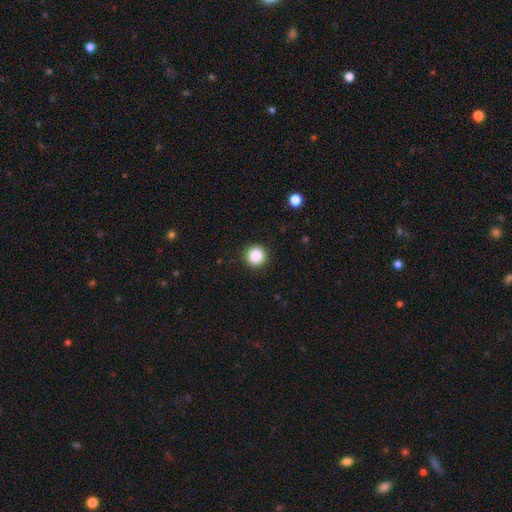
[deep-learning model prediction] smooth_or_featured: smooth (p=0.87) [alt: star or artifact p=0.09]
how_rounded: round (p=0.95) [alt: in between p=0.04]
merging: none (p=0.92) [alt: minor disturbance p=0.05]